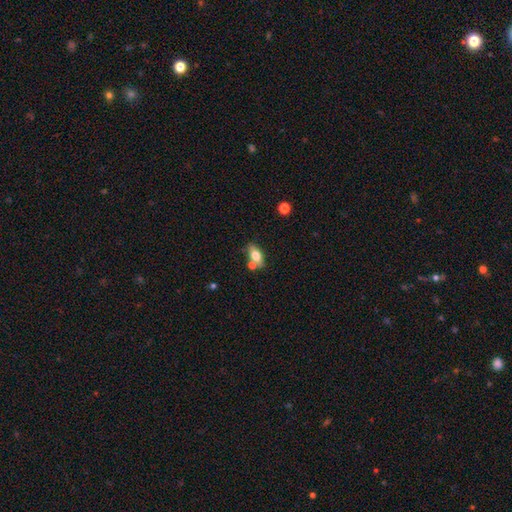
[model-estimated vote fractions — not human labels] smooth-or-featured: smooth: 65% | featured or disk: 27% | star or artifact: 8%
  how-rounded: in between: 80% | cigar-shaped: 13% | round: 7%
  merging: none: 62% | merger: 21% | minor disturbance: 13% | major disturbance: 4%